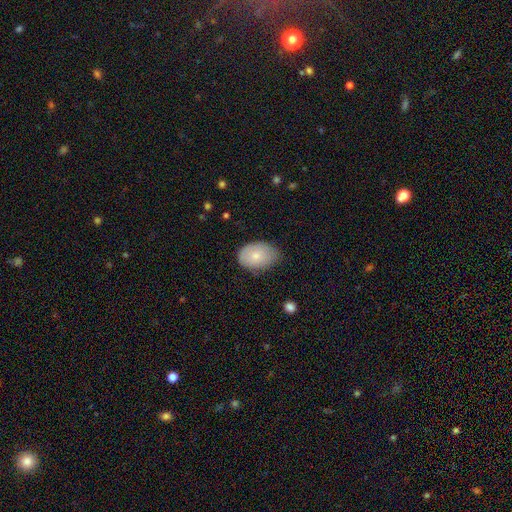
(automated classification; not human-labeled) Smooth or featured: smooth — 77% (featured or disk — 16%)
How rounded: in between — 84% (round — 15%)
Merging: none — 66% (minor disturbance — 27%)